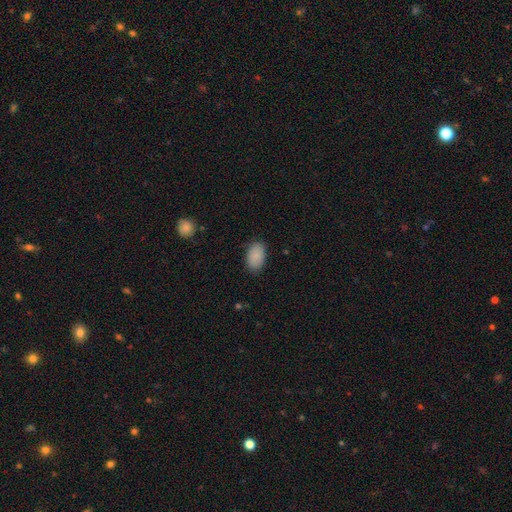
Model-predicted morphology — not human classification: Smooth or featured: smooth — 89% (star or artifact — 7%)
How rounded: in between — 93% (round — 6%)
Merging: none — 85% (minor disturbance — 11%)